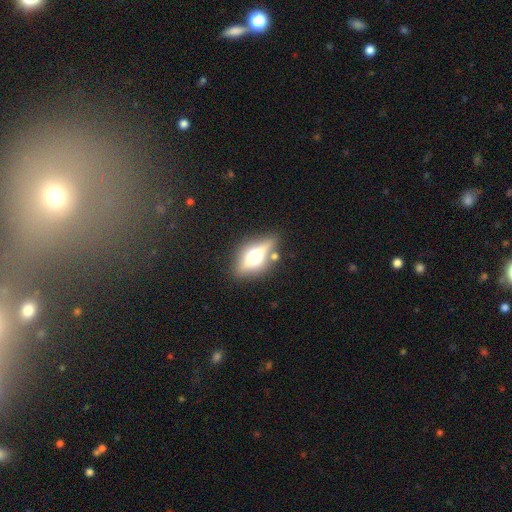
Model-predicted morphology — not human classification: This is possibly a featured or disk galaxy (50%). It is clearly viewed edge-on (82%). Merging: likely none (74%).